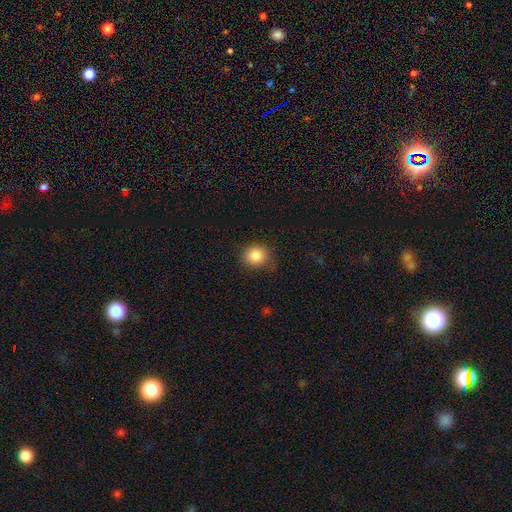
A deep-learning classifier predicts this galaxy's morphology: Q: Smooth or featured?
A: smooth (87%); runner-up: star or artifact (9%)
Q: How rounded?
A: round (75%); runner-up: in between (24%)
Q: Merging?
A: none (78%); runner-up: minor disturbance (16%)